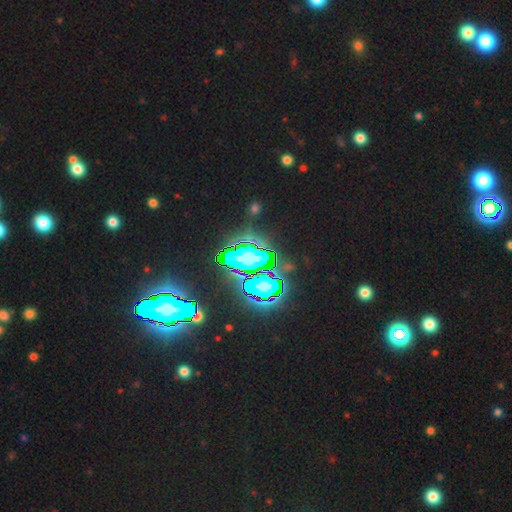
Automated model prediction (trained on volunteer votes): Smooth or featured? star or artifact (84%)